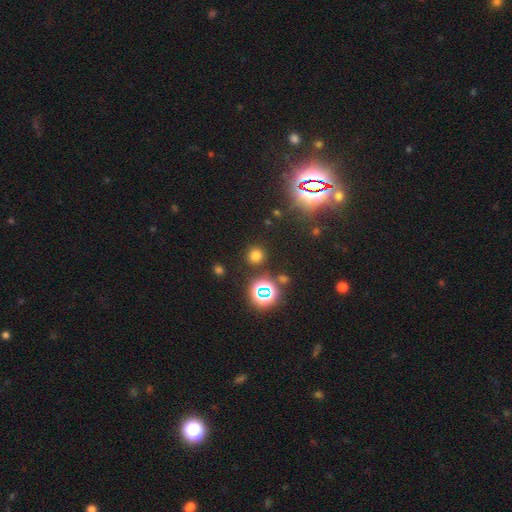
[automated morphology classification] A smooth galaxy with no disk features (69%) that is round (92%).

Vote fractions:
- Smooth or featured? smooth: 69% / star or artifact: 26% / featured or disk: 5%
- How rounded? round: 92% / in between: 7% / cigar-shaped: 1%
- Merging? none: 88% / minor disturbance: 7% / major disturbance: 3% / merger: 3%